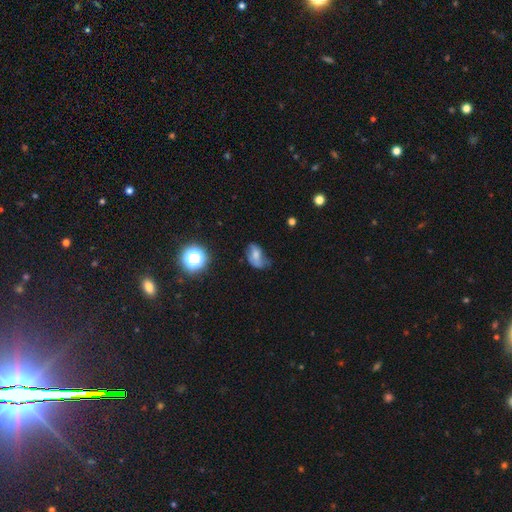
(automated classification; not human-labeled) Overall: smooth (55%; featured or disk 30%). How rounded: in between (85%). Merging: none (38%; minor disturbance 37%).